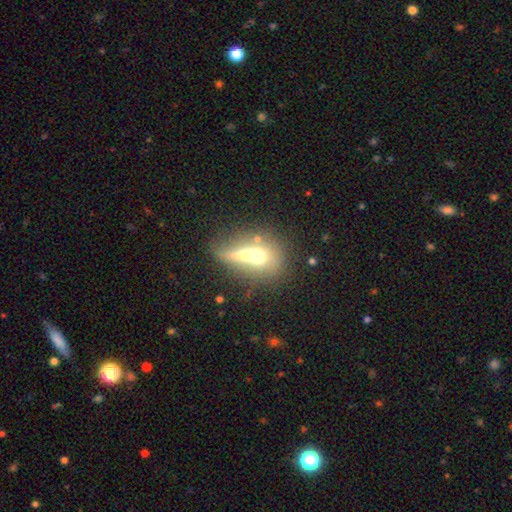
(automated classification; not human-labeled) smooth_or_featured: smooth (p=0.53) [alt: featured or disk p=0.36]
how_rounded: round (p=0.44) [alt: in between p=0.43]
merging: merger (p=0.55) [alt: none p=0.26]